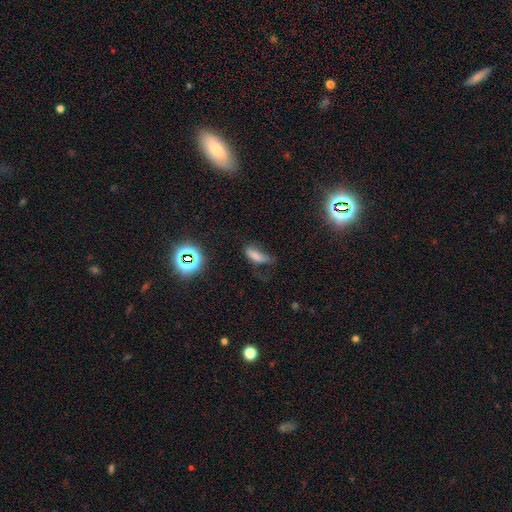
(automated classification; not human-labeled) Morphology: type=smooth (70%); roundness=in between (63%); merging=none (33%).